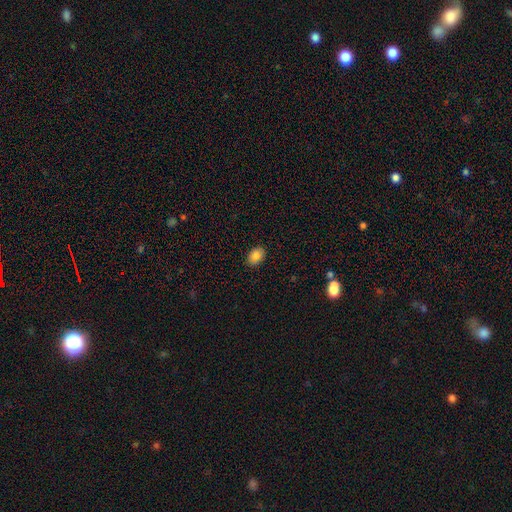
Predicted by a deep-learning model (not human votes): Smooth or featured: smooth — 87% (star or artifact — 8%)
How rounded: in between — 80% (round — 19%)
Merging: none — 89% (minor disturbance — 8%)